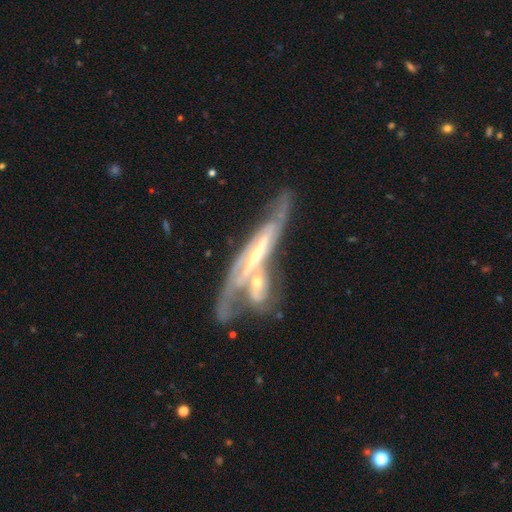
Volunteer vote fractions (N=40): smooth_or_featured: featured or disk (p=0.93) [alt: star or artifact p=0.07]
disk_edge_on: no (p=0.59) [alt: yes p=0.41]
bar: strong (p=0.68) [alt: weak p=0.27]
has_spiral_arms: yes (p=0.95) [alt: no p=0.05]
spiral_winding: medium (p=0.52) [alt: tight p=0.24]
spiral_arm_count: 2 (p=0.81) [alt: can't tell p=0.19]
bulge_size: small (p=0.68) [alt: moderate p=0.27]
merging: merger (p=0.59) [alt: minor disturbance p=0.19]